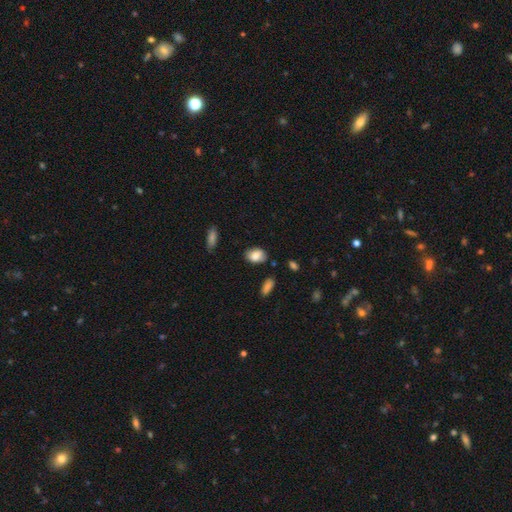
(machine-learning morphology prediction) smooth_or_featured: smooth (p=0.83) [alt: featured or disk p=0.10]
how_rounded: in between (p=0.84) [alt: round p=0.14]
merging: none (p=0.78) [alt: minor disturbance p=0.16]